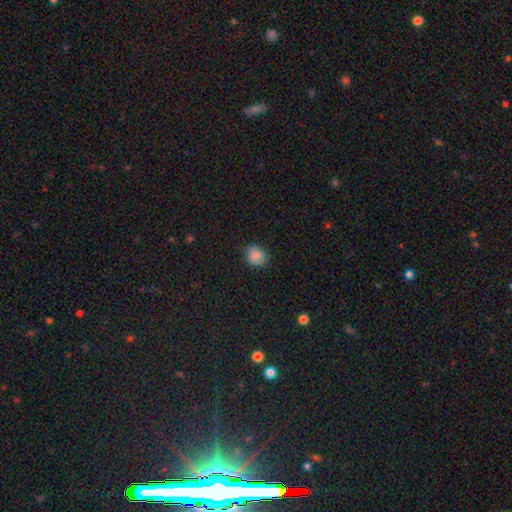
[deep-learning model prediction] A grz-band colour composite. It shows a smooth galaxy with no disk features (85%) that is round (75%). Merging: none (79%).